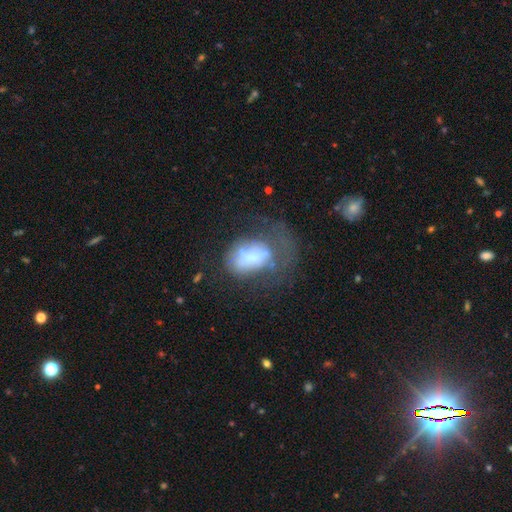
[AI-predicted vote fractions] A featured or disk galaxy (45%).

Vote fractions:
- Smooth or featured? featured or disk: 45% / smooth: 43% / star or artifact: 12%
- Merging? major disturbance: 45% / none: 27% / minor disturbance: 20% / merger: 8%